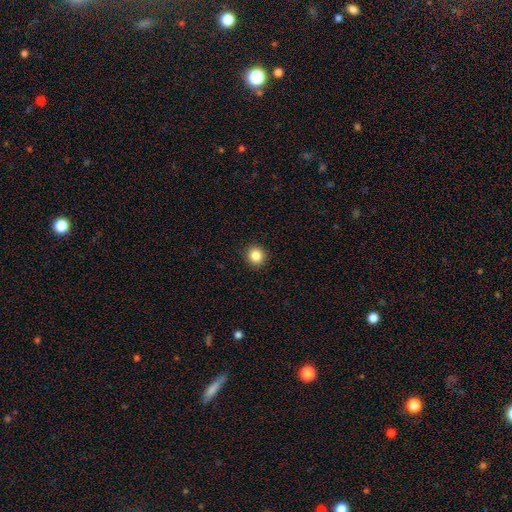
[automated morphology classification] Overall: smooth (85%). How rounded: round (91%). Merging: none (92%).